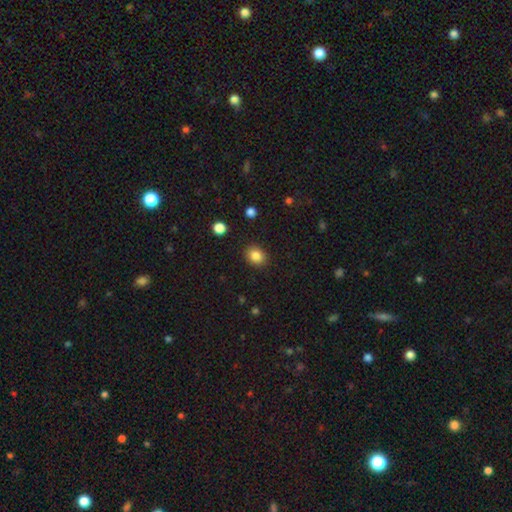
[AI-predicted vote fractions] This appears to be a smooth galaxy with no disk features (85%) that is round (55%). Merging: none (88%).